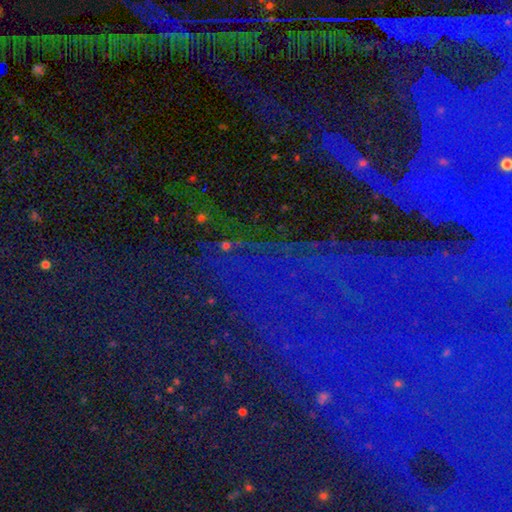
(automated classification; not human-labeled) Smooth or featured? Predicted: star or artifact (p=0.78).